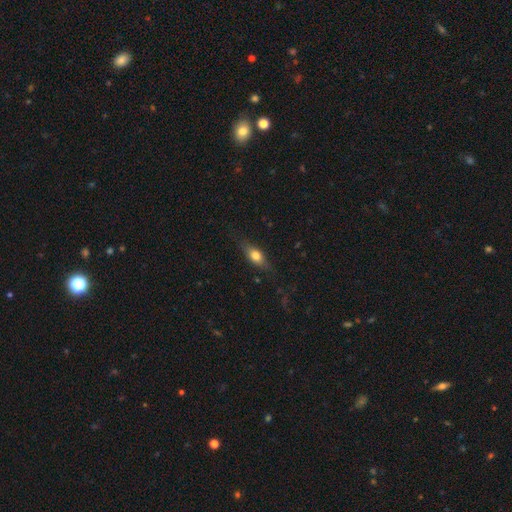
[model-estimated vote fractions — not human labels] Smooth or featured? smooth (66%)
How rounded? in between (67%)
Merging? none (78%)